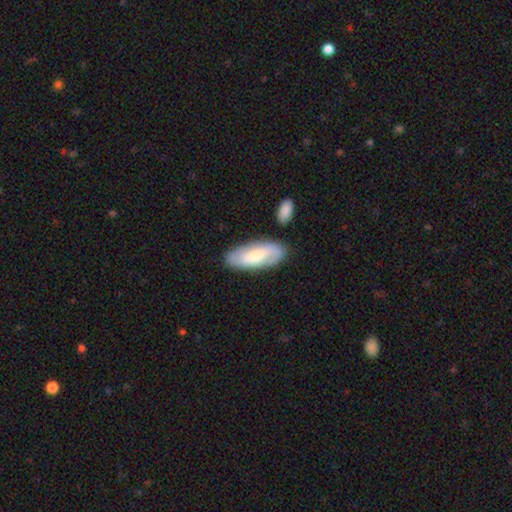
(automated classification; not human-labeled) smooth 49%, featured or disk 45%, star or artifact 6%. Down the decision tree: merging — none (77%).